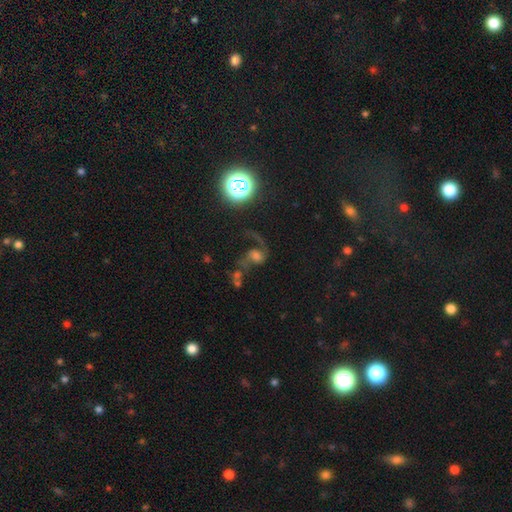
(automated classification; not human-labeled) smooth-or-featured: featured or disk: 56% | smooth: 25% | star or artifact: 19%
  disk-edge-on: no: 97% | yes: 3%
    bar: no: 62% | weak: 28% | strong: 10%
    has-spiral-arms: yes: 82% | no: 18%
    bulge-size: moderate: 30% | large: 25% | none: 19% | small: 18% | dominant: 8%
  merging: major disturbance: 36% | none: 33% | merger: 17% | minor disturbance: 13%